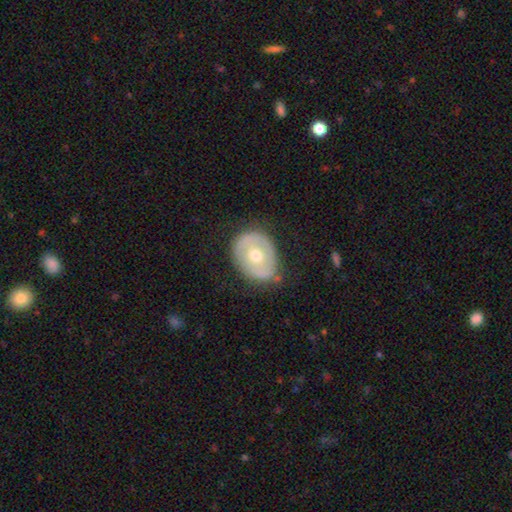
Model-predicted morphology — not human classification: This is possibly a featured or disk galaxy (53%). It is clearly not viewed edge-on (94%). Merging: likely none (69%).